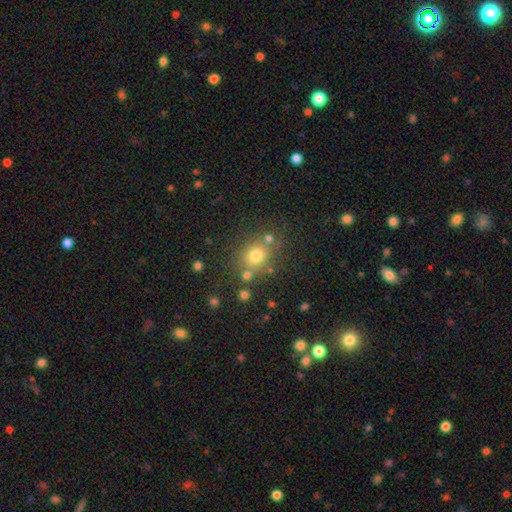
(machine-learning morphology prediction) smooth_or_featured: smooth (p=0.72) [alt: star or artifact p=0.18]
how_rounded: round (p=0.74) [alt: in between p=0.25]
merging: none (p=0.74) [alt: minor disturbance p=0.11]